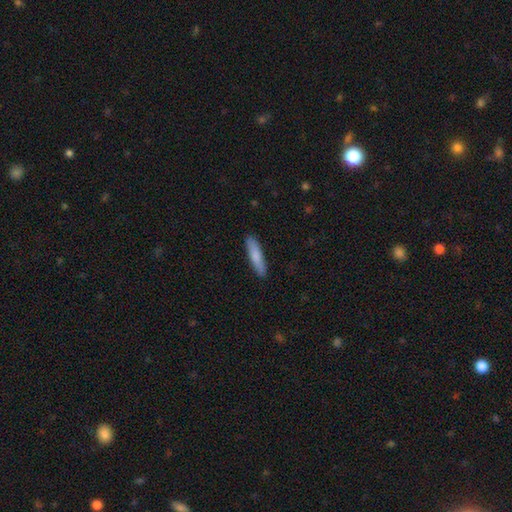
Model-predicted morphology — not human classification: Smooth or featured? Predicted: smooth (p=0.80). How rounded? Predicted: cigar-shaped (p=0.83). Merging? Predicted: none (p=0.89).